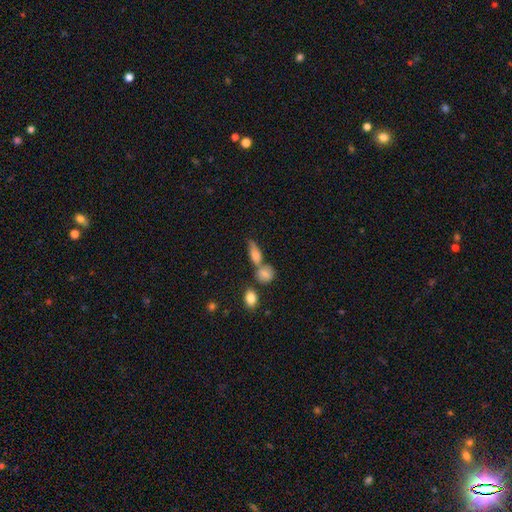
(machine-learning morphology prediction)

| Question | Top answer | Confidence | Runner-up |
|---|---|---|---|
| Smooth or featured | smooth | 62% | featured or disk (22%) |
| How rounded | in between | 58% | cigar-shaped (27%) |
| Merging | none | 44% | merger (36%) |